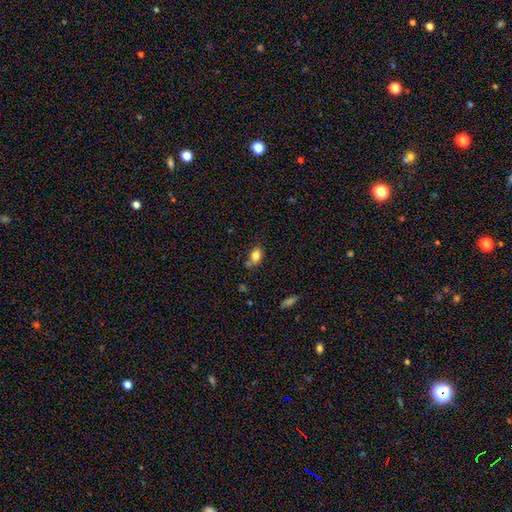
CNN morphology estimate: smooth 81%, star or artifact 10%, featured or disk 8%. Down the decision tree: how rounded — in between (78%); merging — none (56%).